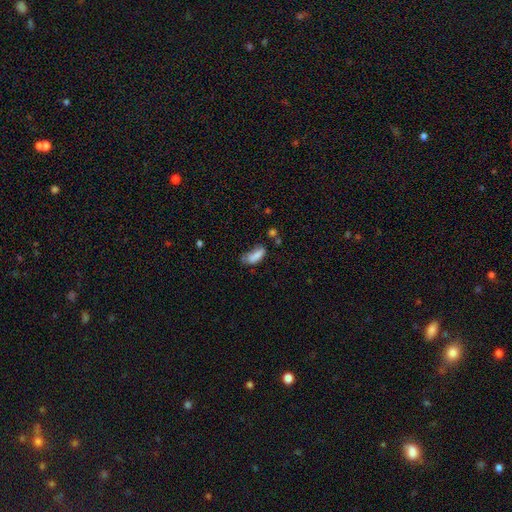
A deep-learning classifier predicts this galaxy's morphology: Smooth or featured?
  - smooth: 78% *
  - featured or disk: 13%
  - star or artifact: 9%
How rounded?
  - in between: 79% *
  - cigar-shaped: 18%
  - round: 3%
Merging?
  - none: 37% *
  - minor disturbance: 35%
  - major disturbance: 20%
  - merger: 8%